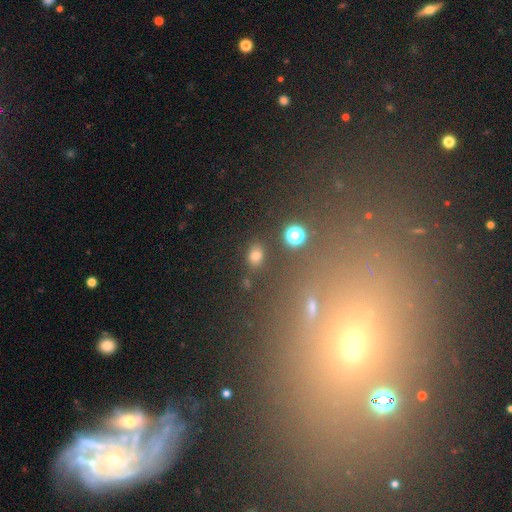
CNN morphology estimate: A smooth galaxy with no disk features (72%) that is in between round and cigar-shaped (70%). Merging: none (78%).